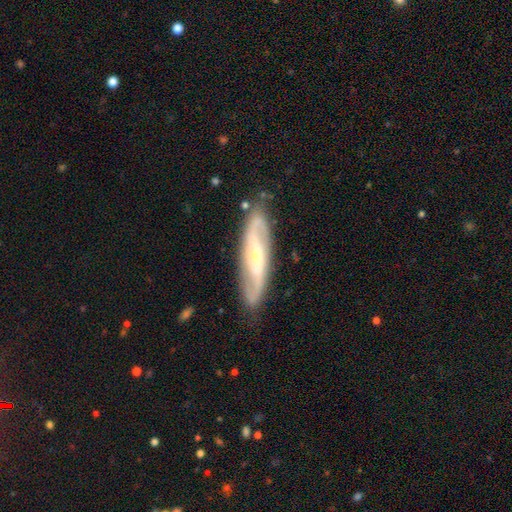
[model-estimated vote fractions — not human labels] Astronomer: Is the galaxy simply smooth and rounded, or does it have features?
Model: featured or disk — 80%.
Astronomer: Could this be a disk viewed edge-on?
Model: no — 81%.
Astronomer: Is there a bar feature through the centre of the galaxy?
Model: no — 50% (runner-up: weak, 30%).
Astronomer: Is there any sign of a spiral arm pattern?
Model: yes — 92%.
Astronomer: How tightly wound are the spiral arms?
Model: medium — 43% (runner-up: tight, 32%).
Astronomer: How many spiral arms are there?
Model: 2 — 84%.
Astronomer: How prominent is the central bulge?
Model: small — 71%.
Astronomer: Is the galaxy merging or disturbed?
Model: none — 83%.